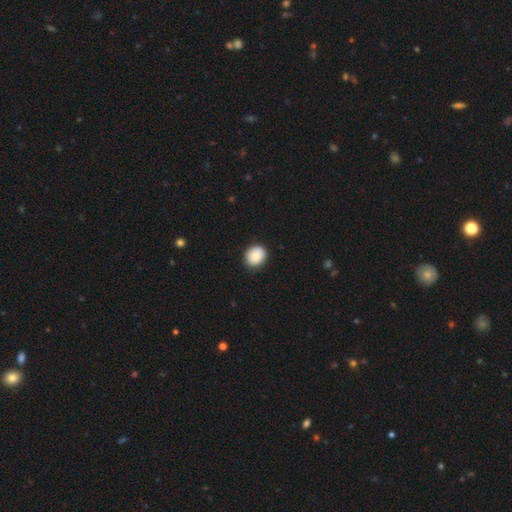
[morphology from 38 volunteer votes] smooth_or_featured: smooth (p=0.95) [alt: featured or disk p=0.03]
how_rounded: round (p=0.75) [alt: in between p=0.25]
merging: none (p=0.92) [alt: minor disturbance p=0.05]